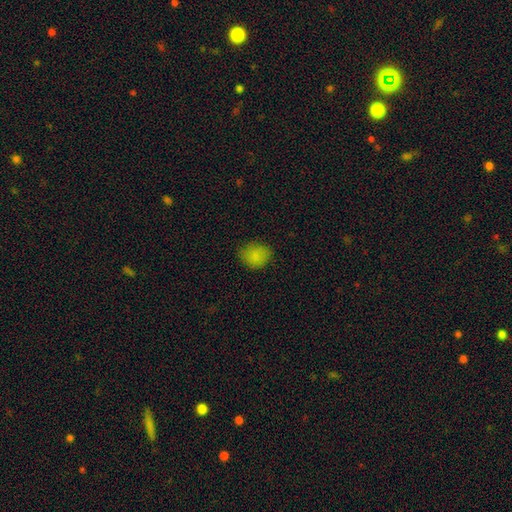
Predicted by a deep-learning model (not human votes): Smooth or featured?
  - smooth: 83% *
  - star or artifact: 12%
  - featured or disk: 6%
How rounded?
  - round: 66% *
  - in between: 33%
  - cigar-shaped: 1%
Merging?
  - none: 79% *
  - minor disturbance: 17%
  - major disturbance: 4%
  - merger: 1%